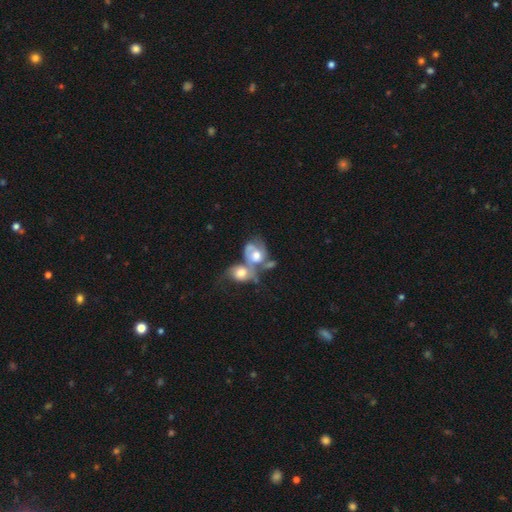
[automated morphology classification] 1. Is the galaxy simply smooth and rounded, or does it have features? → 57% featured or disk, 35% smooth, 8% star or artifact.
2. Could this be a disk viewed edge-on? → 96% no, 4% yes.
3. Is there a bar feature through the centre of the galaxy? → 79% no, 17% weak, 4% strong.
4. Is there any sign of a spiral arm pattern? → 64% yes, 36% no.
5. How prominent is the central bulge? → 57% moderate, 25% large, 10% small, 4% none, 3% dominant.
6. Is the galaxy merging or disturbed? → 74% merger, 11% none, 9% major disturbance, 6% minor disturbance.